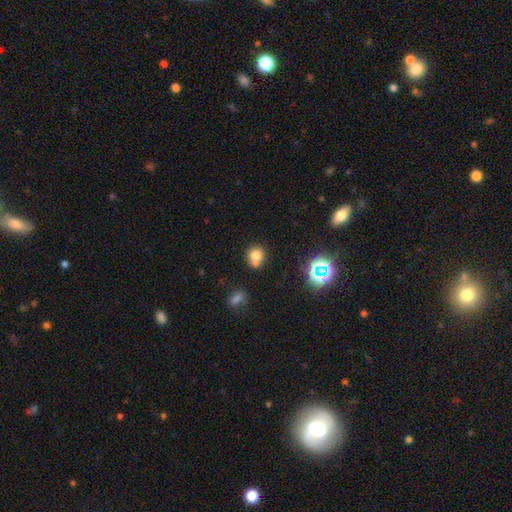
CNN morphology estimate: A smooth galaxy with no disk features (73%) that is round (84%).

Vote fractions:
- Smooth or featured? smooth: 73% / star or artifact: 15% / featured or disk: 11%
- How rounded? round: 84% / in between: 15% / cigar-shaped: 1%
- Merging? none: 53% / merger: 33% / minor disturbance: 11% / major disturbance: 4%